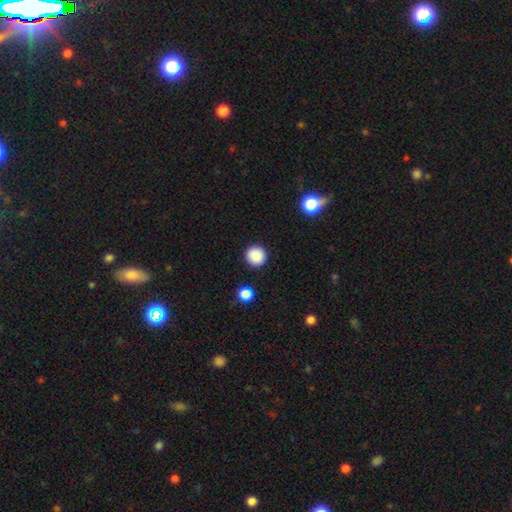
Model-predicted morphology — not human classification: smooth 88%, star or artifact 10%, featured or disk 3%. Down the decision tree: how rounded — round (95%); merging — none (92%).